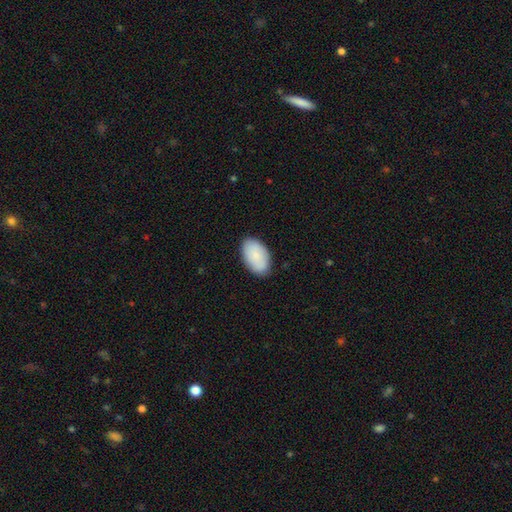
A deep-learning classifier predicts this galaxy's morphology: Smooth or featured? Predicted: smooth (p=0.84). How rounded? Predicted: in between (p=0.94). Merging? Predicted: none (p=0.85).